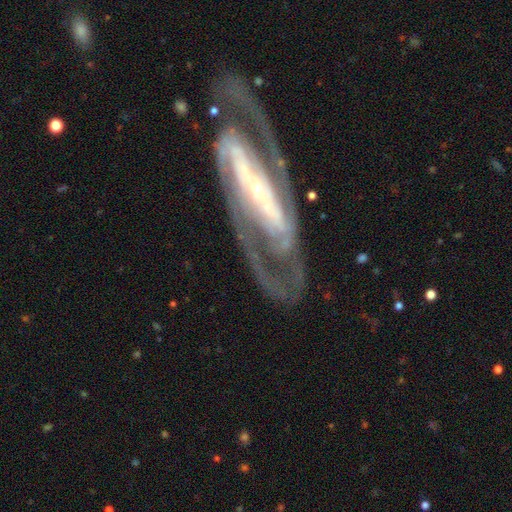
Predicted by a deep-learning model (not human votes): Overall: featured or disk (90%). Edge-on disk: no (91%). Bar: strong (62%). Spiral arms: yes (95%). Spiral arm count: 2 (85%). Spiral winding: medium (46%; tight 41%). Bulge size: small (80%). Merging: none (75%).